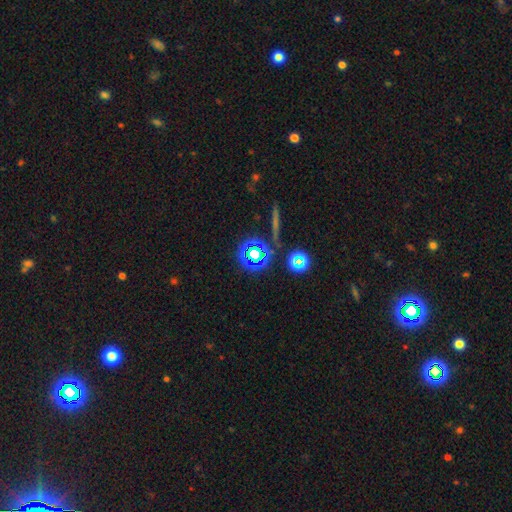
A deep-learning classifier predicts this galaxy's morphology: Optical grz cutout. It shows a star or artifact, not a galaxy (61%).